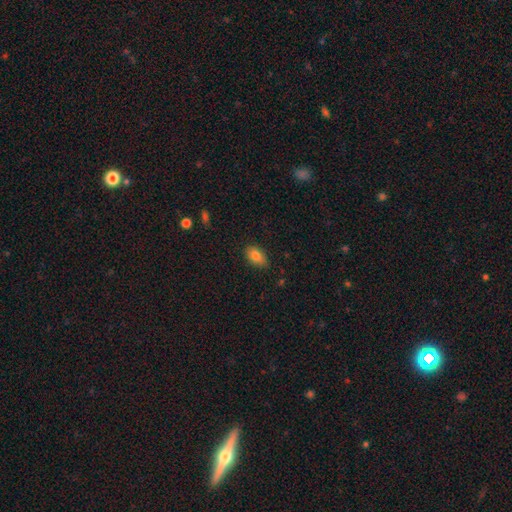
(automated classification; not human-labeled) Smooth or featured? smooth (84%)
How rounded? in between (89%)
Merging? none (81%)